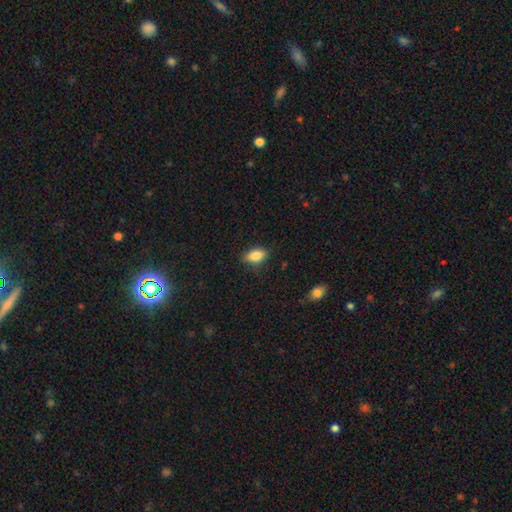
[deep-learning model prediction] smooth_or_featured: smooth (p=0.84) [alt: star or artifact p=0.08]
how_rounded: in between (p=0.86) [alt: round p=0.10]
merging: none (p=0.81) [alt: minor disturbance p=0.15]